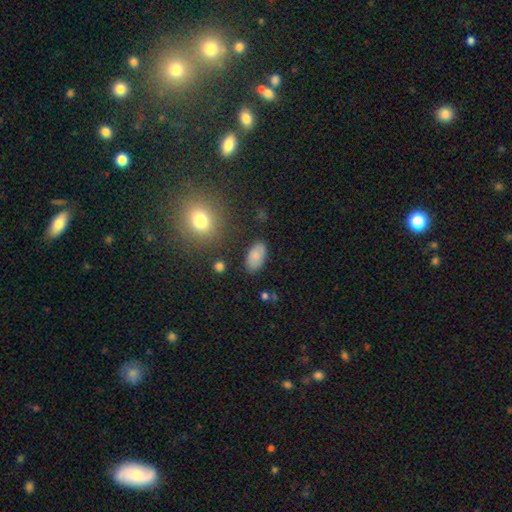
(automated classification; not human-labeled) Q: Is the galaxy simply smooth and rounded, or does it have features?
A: smooth — 80%.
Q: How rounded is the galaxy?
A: in between — 94%.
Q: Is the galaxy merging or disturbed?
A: none — 82%.